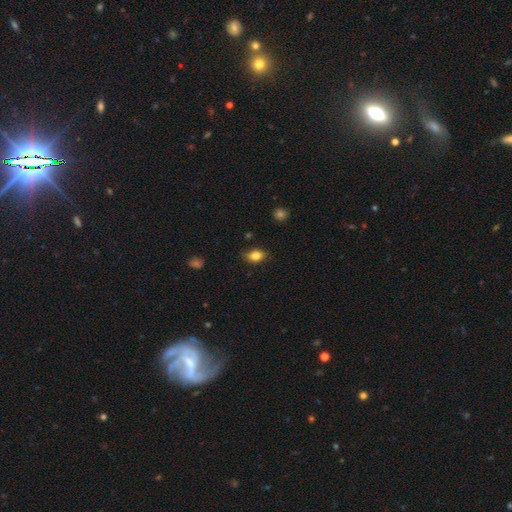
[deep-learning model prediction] A smooth galaxy with no disk features (82%) that is in between round and cigar-shaped (78%). Merging: none (78%).